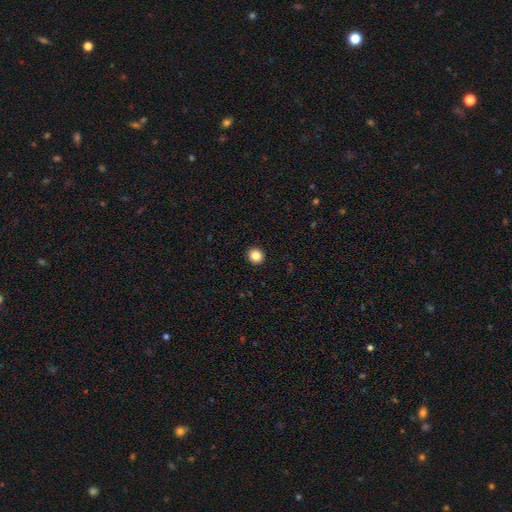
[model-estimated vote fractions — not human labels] Smooth or featured: smooth — 85% (star or artifact — 10%)
How rounded: round — 91% (in between — 8%)
Merging: none — 93% (minor disturbance — 4%)